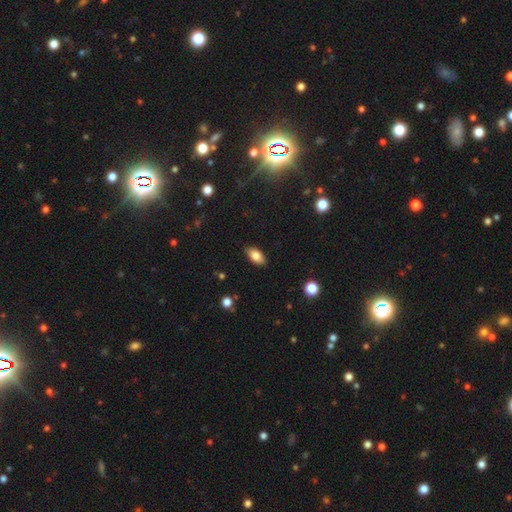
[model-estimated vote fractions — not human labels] Smooth or featured? smooth (81%)
How rounded? in between (92%)
Merging? none (88%)